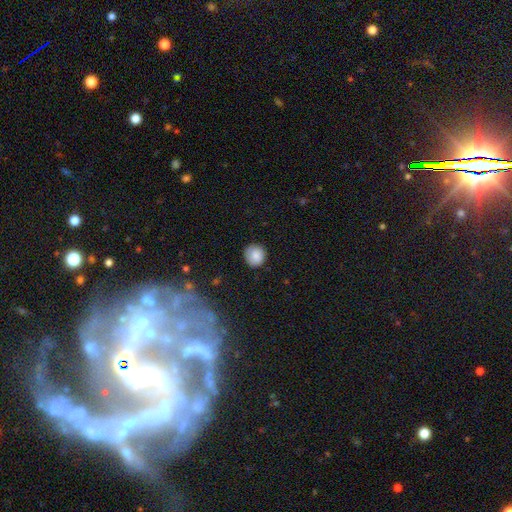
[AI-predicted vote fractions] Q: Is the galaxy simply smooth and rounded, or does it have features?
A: smooth — 86%.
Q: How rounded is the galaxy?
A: round — 90%.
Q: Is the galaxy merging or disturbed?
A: none — 85%.